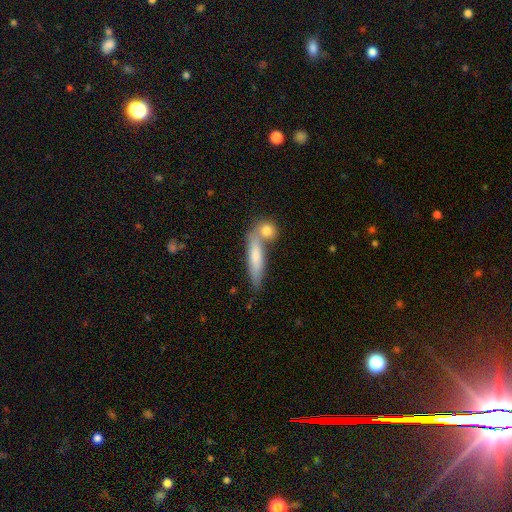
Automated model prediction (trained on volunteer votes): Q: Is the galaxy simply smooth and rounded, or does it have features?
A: smooth — 68%.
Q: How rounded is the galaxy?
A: cigar-shaped — 78%.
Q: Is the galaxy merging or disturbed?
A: none — 55%.